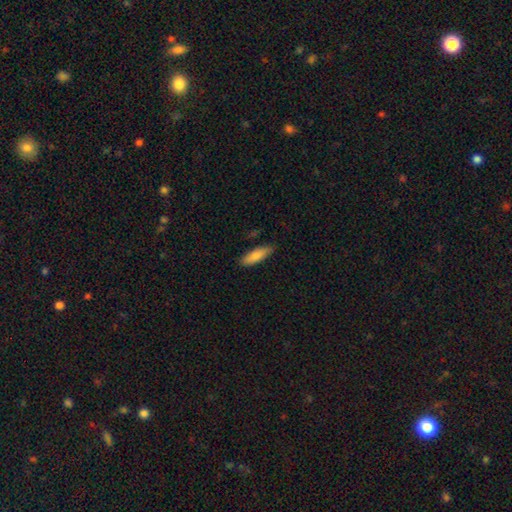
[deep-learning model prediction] smooth 82%, featured or disk 12%, star or artifact 6%. Down the decision tree: how rounded — in between (50%); merging — none (83%).